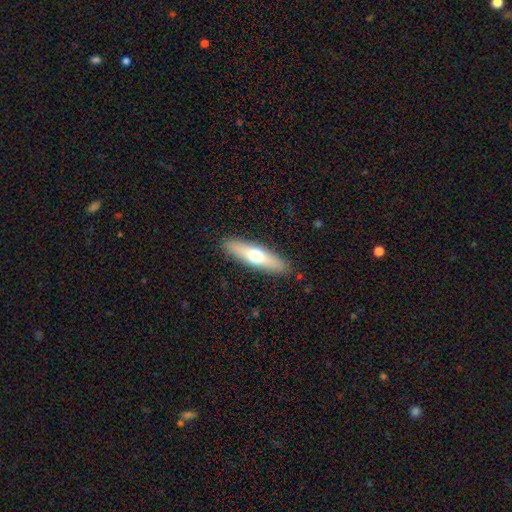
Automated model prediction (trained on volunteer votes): The model was most divided on "smooth or featured": smooth: 56%, featured or disk: 38%, star or artifact: 6%. More confident: merging — none (89%); how rounded — cigar-shaped (67%).